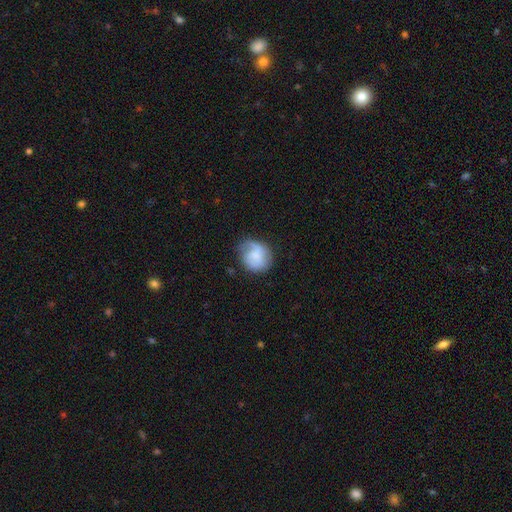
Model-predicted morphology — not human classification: A smooth galaxy with no disk features (57%) that is round (73%). Merging: none (57%).